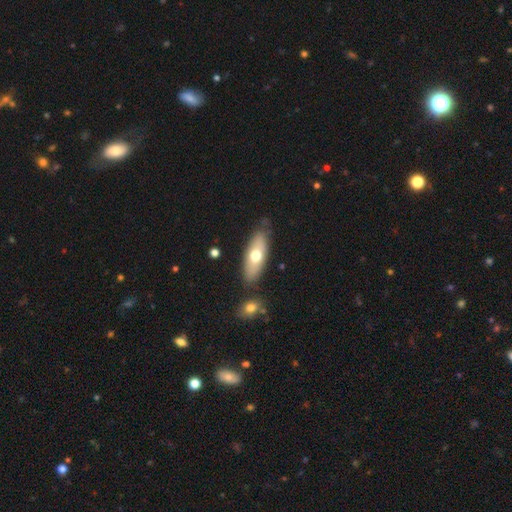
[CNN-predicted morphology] Smooth or featured?
  - smooth: 64% *
  - featured or disk: 31%
  - star or artifact: 6%
How rounded?
  - in between: 74% *
  - cigar-shaped: 23%
  - round: 3%
Merging?
  - none: 78% *
  - minor disturbance: 14%
  - merger: 5%
  - major disturbance: 3%